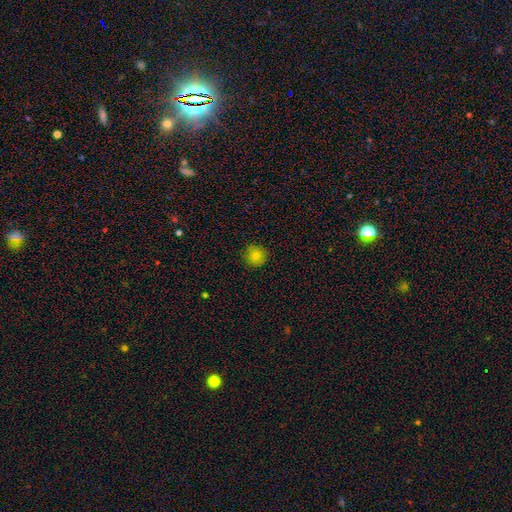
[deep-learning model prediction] smooth-or-featured: smooth: 82% | star or artifact: 12% | featured or disk: 6%
  how-rounded: round: 93% | in between: 6% | cigar-shaped: 1%
  merging: none: 89% | minor disturbance: 8% | major disturbance: 2% | merger: 1%